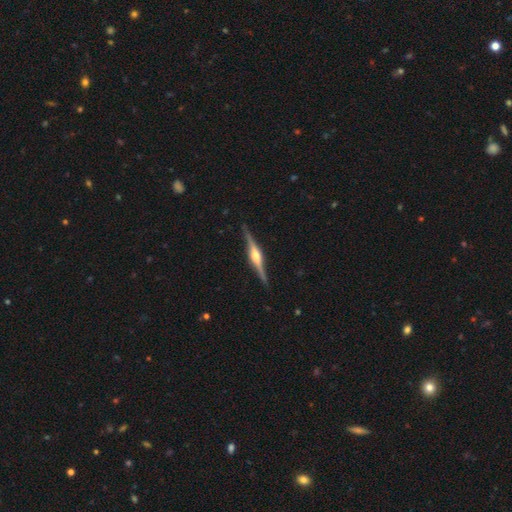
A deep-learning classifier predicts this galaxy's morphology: Smooth or featured: featured or disk — 84% (smooth — 11%)
Edge-on disk: yes — 98% (no — 2%)
Edge-on bulge: rounded — 87% (boxy — 10%)
Merging: none — 89% (minor disturbance — 8%)